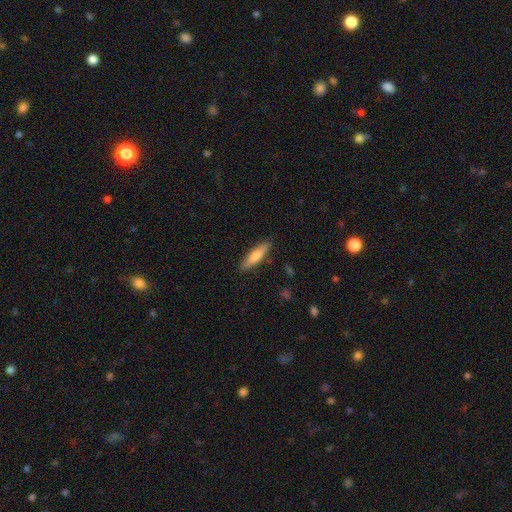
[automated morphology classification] smooth-or-featured: smooth: 64% | featured or disk: 30% | star or artifact: 6%
  how-rounded: cigar-shaped: 77% | in between: 22% | round: 2%
  merging: none: 88% | minor disturbance: 9% | major disturbance: 2% | merger: 1%